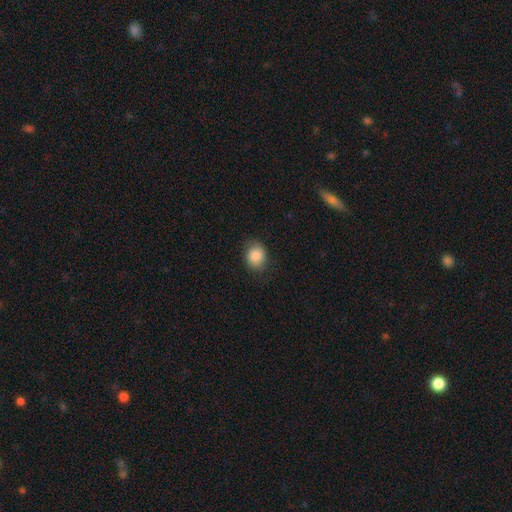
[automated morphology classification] Smooth or featured? smooth (86%)
How rounded? round (65%)
Merging? none (77%)